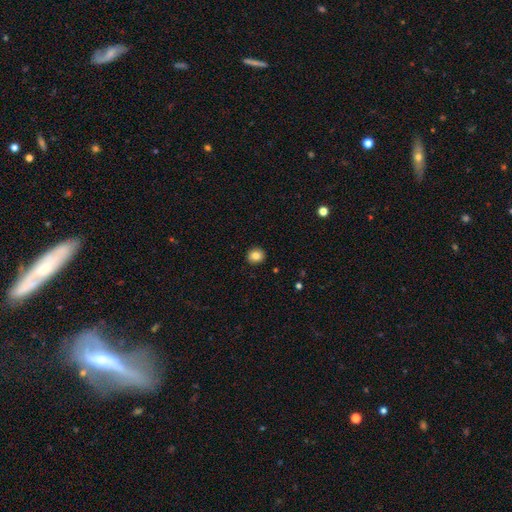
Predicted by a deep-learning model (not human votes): The model was most divided on "how rounded": round: 84%, in between: 15%, cigar-shaped: 1%. More confident: merging — none (92%); smooth or featured — smooth (84%).